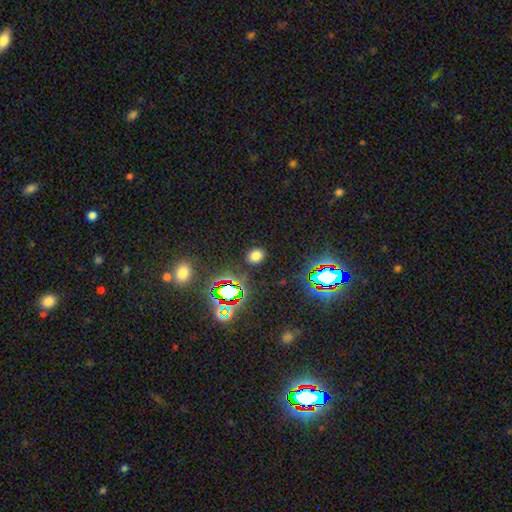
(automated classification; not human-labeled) This appears to be a smooth galaxy with no disk features (69%) that is round (59%). Merging: none (88%).